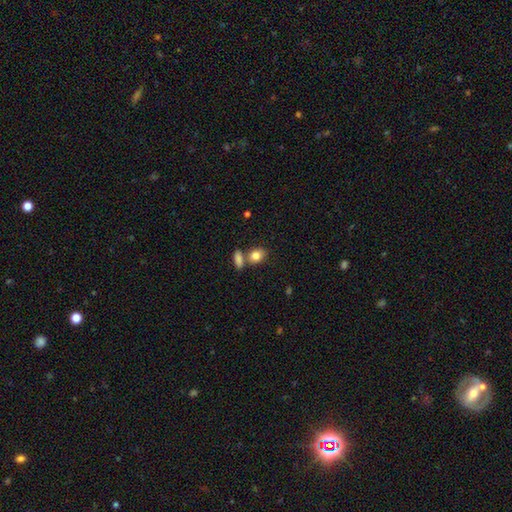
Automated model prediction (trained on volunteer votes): This appears to be a smooth galaxy with no disk features (84%) that is in between round and cigar-shaped (66%). Merging: none (55%).